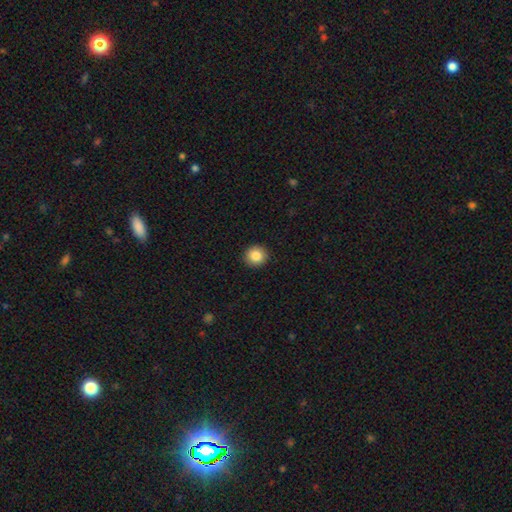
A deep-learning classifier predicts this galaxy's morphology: Smooth or featured: smooth — 85% (star or artifact — 9%)
How rounded: round — 92% (in between — 7%)
Merging: none — 93% (minor disturbance — 5%)